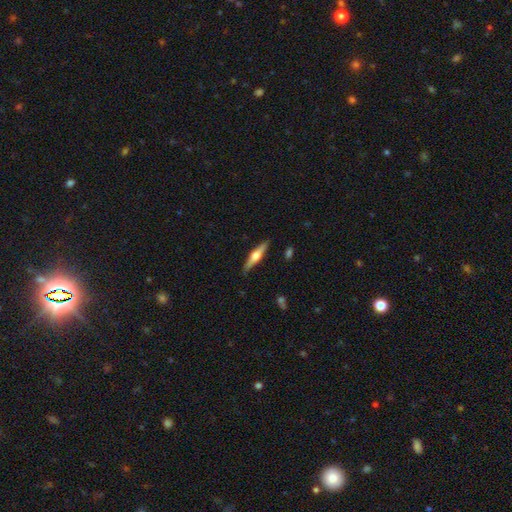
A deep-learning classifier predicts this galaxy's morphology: This appears to be a featured or disk galaxy (64%) viewed edge-on (97%) with a rounded central bulge (92%). Merging: none (89%).